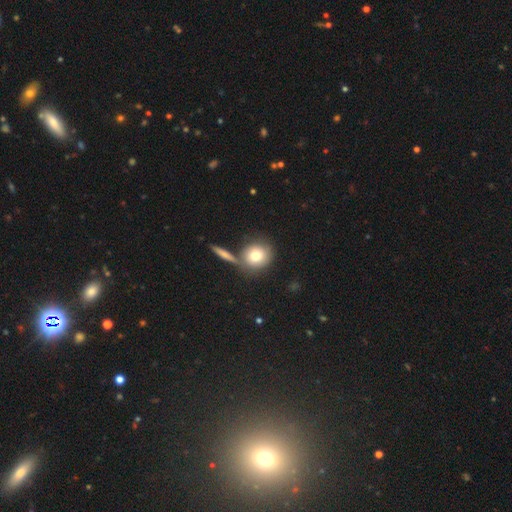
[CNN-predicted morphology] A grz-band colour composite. It shows a smooth galaxy with no disk features (77%) that is round (82%). Merging: none (62%).